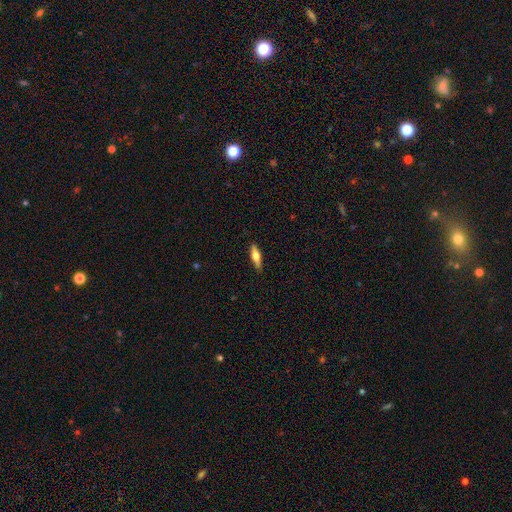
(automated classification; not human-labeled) This appears to be a smooth galaxy with no disk features (56%) that is cigar-shaped (59%). Merging: none (88%).